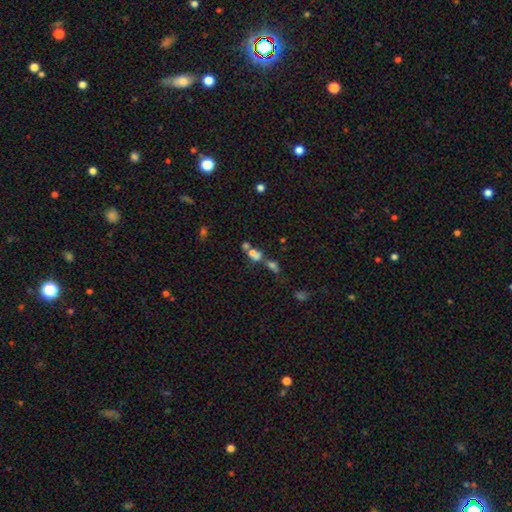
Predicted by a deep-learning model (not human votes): smooth-or-featured: smooth: 47% | star or artifact: 34% | featured or disk: 19%
  merging: none: 47% | merger: 35% | minor disturbance: 11% | major disturbance: 8%